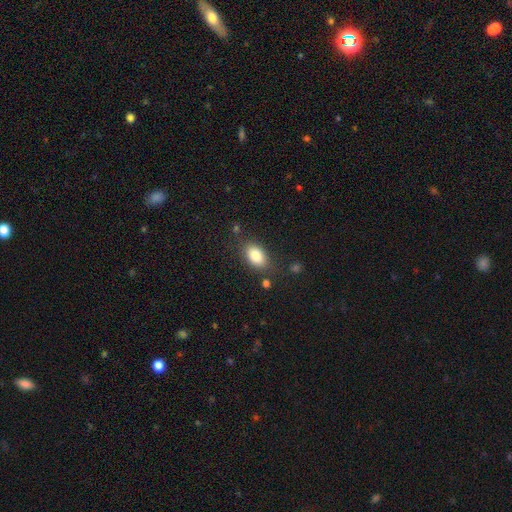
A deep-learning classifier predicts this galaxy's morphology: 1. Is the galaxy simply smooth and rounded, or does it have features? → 84% smooth, 8% star or artifact, 8% featured or disk.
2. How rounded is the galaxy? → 88% in between, 9% round, 2% cigar-shaped.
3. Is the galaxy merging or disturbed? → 79% none, 13% minor disturbance, 4% major disturbance, 3% merger.